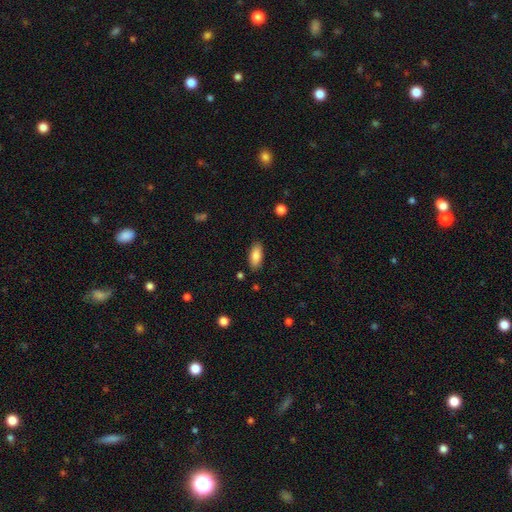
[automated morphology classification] type=smooth (84%); roundness=in between (84%); merging=none (86%).